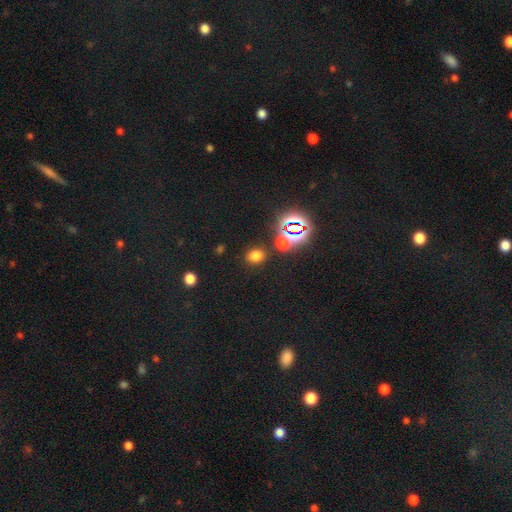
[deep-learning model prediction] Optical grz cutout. It shows a smooth galaxy with no disk features (68%) that is round (64%). Merging: none (83%).